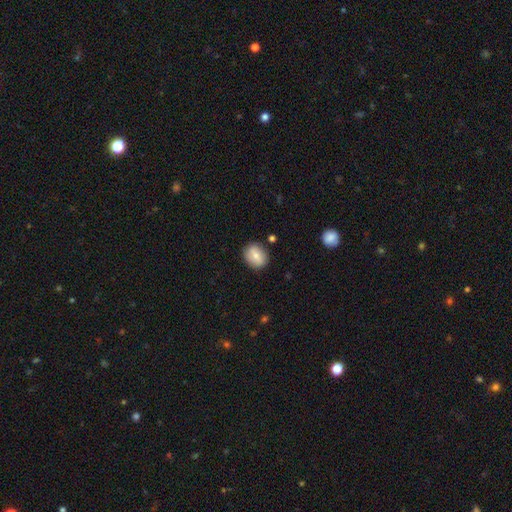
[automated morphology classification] Overall: smooth (74%). How rounded: round (54%; in between 44%). Merging: none (84%).